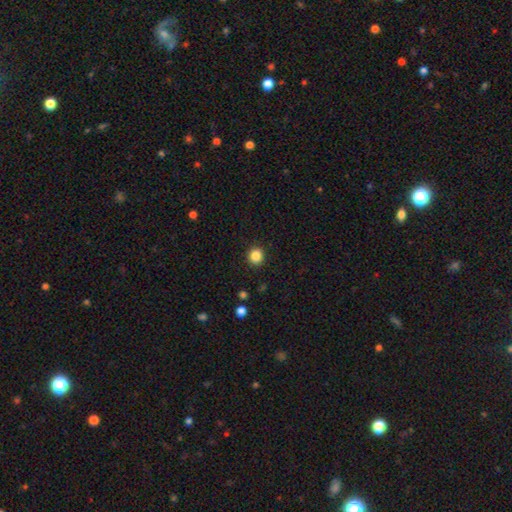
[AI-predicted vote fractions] Overall: smooth (85%). How rounded: round (89%). Merging: none (92%).